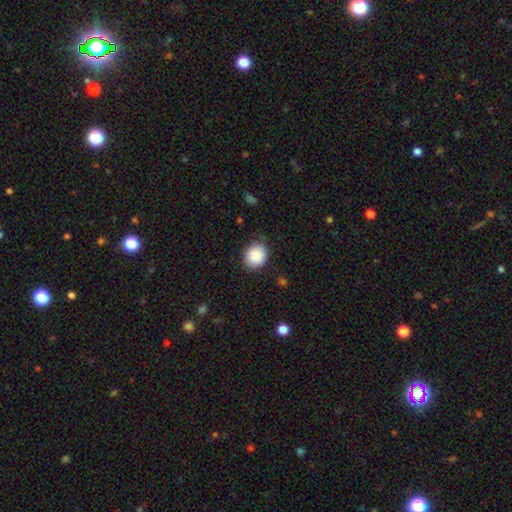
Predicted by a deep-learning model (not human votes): This is clearly a smooth galaxy (88%). How rounded: likely round (76%). Merging: clearly none (80%).